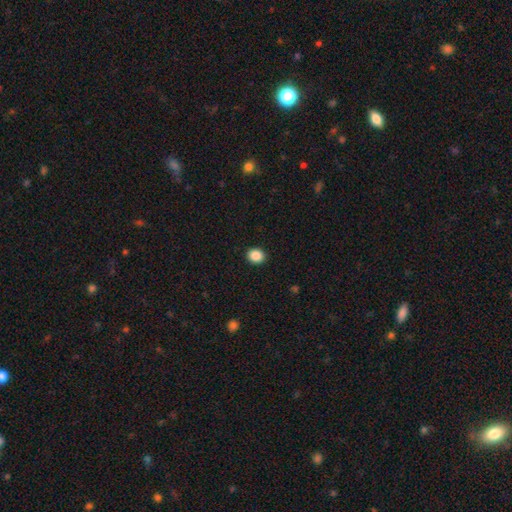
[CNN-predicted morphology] type=smooth (88%); roundness=round (66%); merging=none (92%).